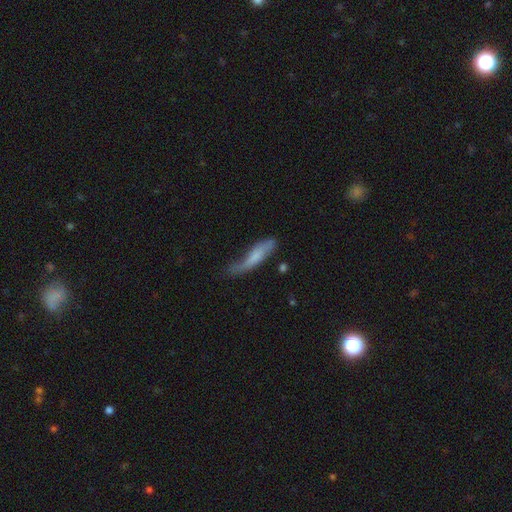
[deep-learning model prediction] Smooth or featured?
  - smooth: 58% *
  - featured or disk: 35%
  - star or artifact: 6%
How rounded?
  - cigar-shaped: 76% *
  - in between: 22%
  - round: 2%
Merging?
  - none: 39% *
  - minor disturbance: 37%
  - major disturbance: 20%
  - merger: 5%